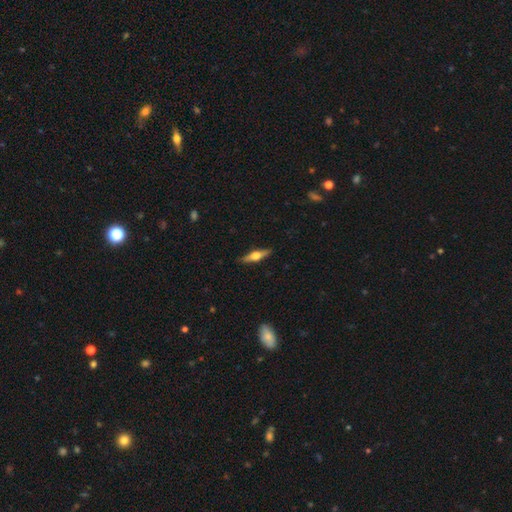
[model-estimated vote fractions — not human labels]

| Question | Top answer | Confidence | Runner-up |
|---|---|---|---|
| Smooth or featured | featured or disk | 62% | smooth (33%) |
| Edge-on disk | yes | 96% | no (4%) |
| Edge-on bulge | rounded | 93% | boxy (5%) |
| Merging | none | 89% | minor disturbance (8%) |